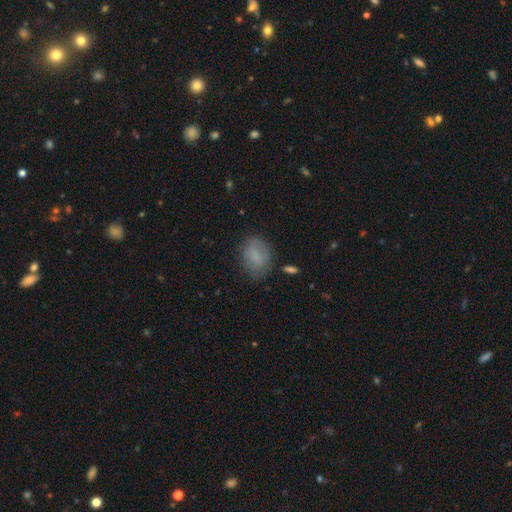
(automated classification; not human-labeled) The model was most divided on "how rounded": in between: 72%, round: 26%, cigar-shaped: 2%. More confident: smooth or featured — smooth (76%); merging — none (69%).